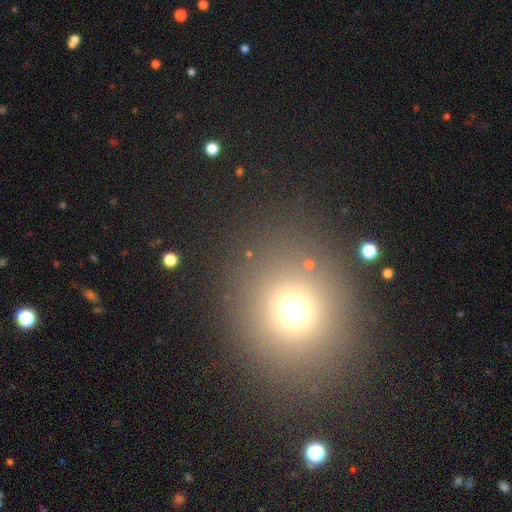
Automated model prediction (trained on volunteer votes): Q: Smooth or featured?
A: smooth (64%); runner-up: star or artifact (28%)
Q: How rounded?
A: round (80%); runner-up: in between (18%)
Q: Merging?
A: none (86%); runner-up: minor disturbance (7%)